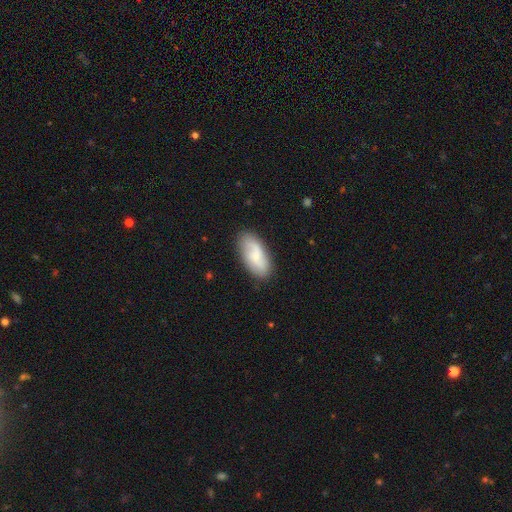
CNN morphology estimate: Smooth or featured?
  - smooth: 52% *
  - featured or disk: 42%
  - star or artifact: 7%
How rounded?
  - in between: 88% *
  - cigar-shaped: 9%
  - round: 3%
Merging?
  - none: 81% *
  - minor disturbance: 14%
  - major disturbance: 3%
  - merger: 1%